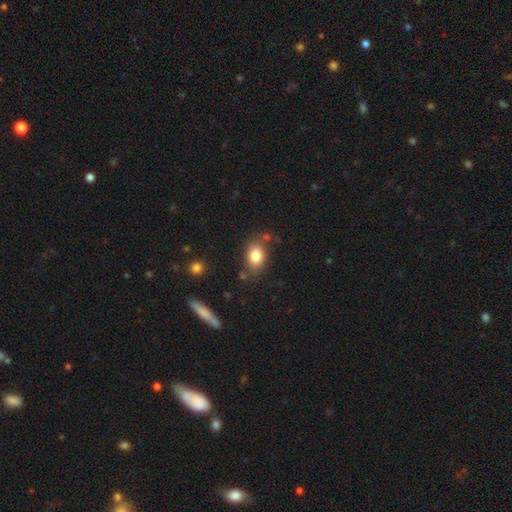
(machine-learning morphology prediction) smooth 83%, star or artifact 9%, featured or disk 9%. Down the decision tree: how rounded — in between (76%); merging — none (73%).